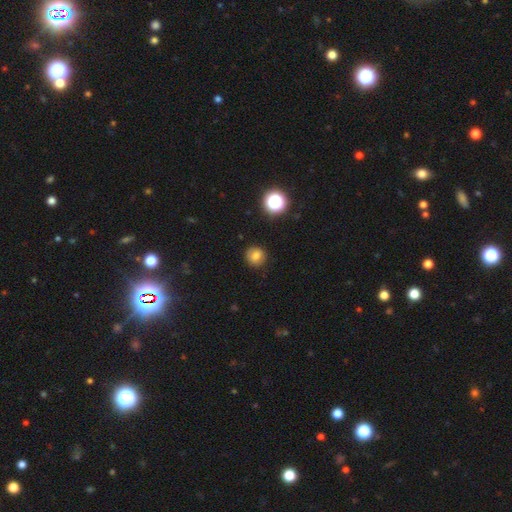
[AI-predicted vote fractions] Morphology: type=smooth (79%); roundness=round (91%); merging=none (88%).